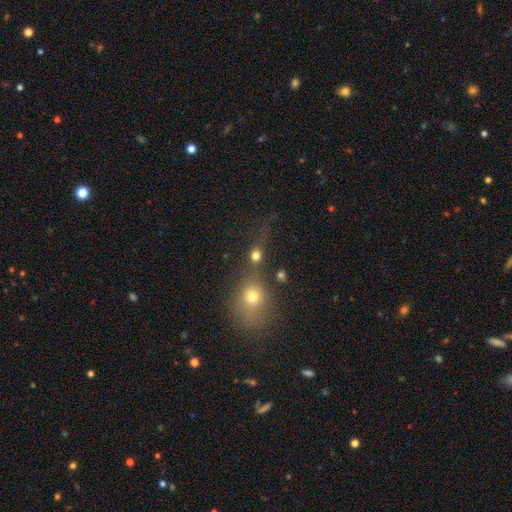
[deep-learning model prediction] A smooth galaxy with no disk features (72%) that is round (77%). Merging: none (48%).